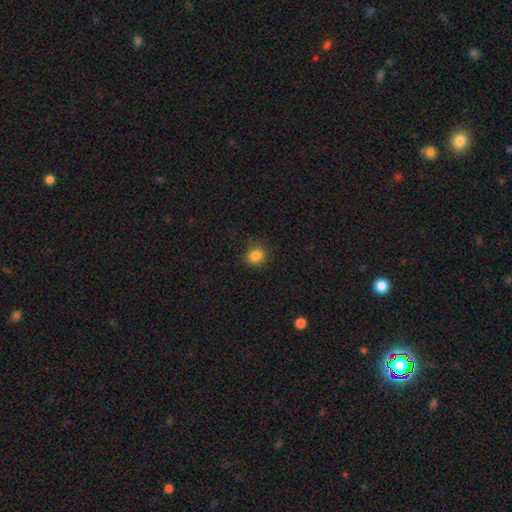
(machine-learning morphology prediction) A smooth galaxy with no disk features (85%) that is round (64%).

Vote fractions:
- Smooth or featured? smooth: 85% / star or artifact: 11% / featured or disk: 4%
- How rounded? round: 64% / in between: 34% / cigar-shaped: 1%
- Merging? none: 83% / minor disturbance: 12% / major disturbance: 3% / merger: 1%